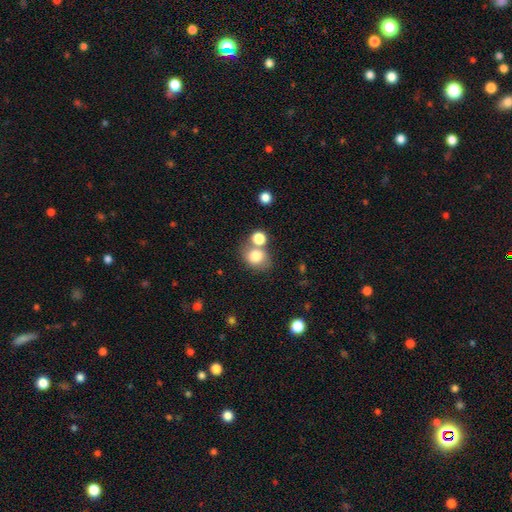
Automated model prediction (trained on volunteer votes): A smooth galaxy with no disk features (79%) that is round (60%).

Vote fractions:
- Smooth or featured? smooth: 79% / star or artifact: 11% / featured or disk: 10%
- How rounded? round: 60% / in between: 39% / cigar-shaped: 1%
- Merging? none: 53% / merger: 31% / minor disturbance: 12% / major disturbance: 5%